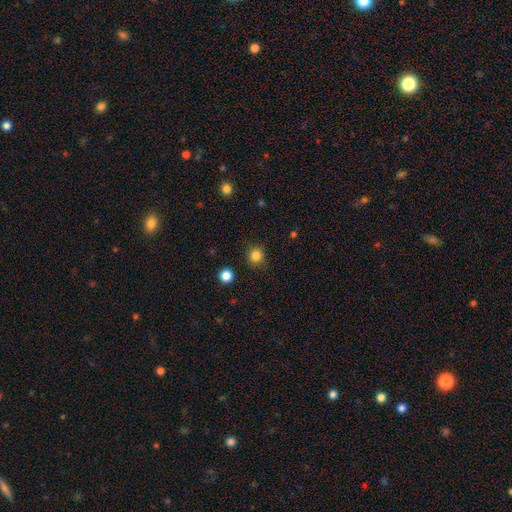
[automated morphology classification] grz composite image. It shows a smooth galaxy with no disk features (83%) that is round (88%). Merging: none (89%).